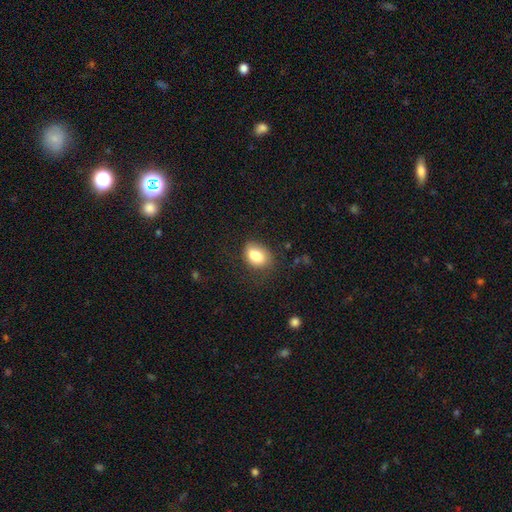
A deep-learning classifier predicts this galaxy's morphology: Smooth or featured? smooth (83%)
How rounded? in between (77%)
Merging? none (66%)